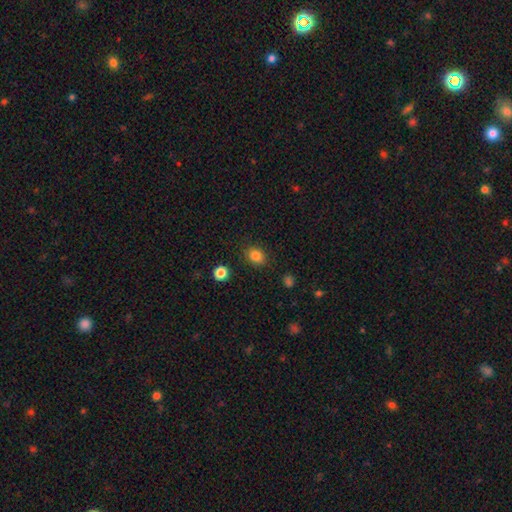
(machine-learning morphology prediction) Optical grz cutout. It shows a smooth galaxy with no disk features (84%) that is round (53%). Merging: none (86%).